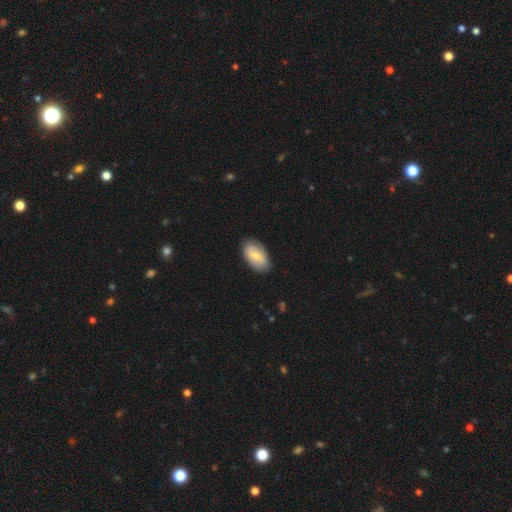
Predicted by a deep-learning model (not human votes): The model was most divided on "smooth or featured": smooth: 64%, featured or disk: 30%, star or artifact: 6%. More confident: how rounded — in between (94%); merging — none (84%).